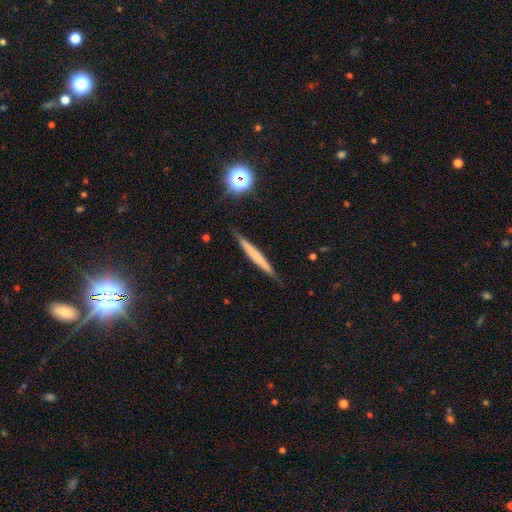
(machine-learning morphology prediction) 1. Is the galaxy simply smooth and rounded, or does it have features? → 53% smooth, 39% featured or disk, 8% star or artifact.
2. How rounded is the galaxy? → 96% cigar-shaped, 3% in between, 2% round.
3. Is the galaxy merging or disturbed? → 87% none, 10% minor disturbance, 2% major disturbance, 1% merger.